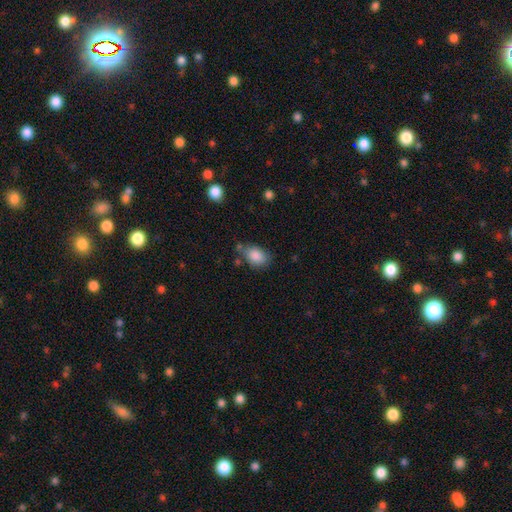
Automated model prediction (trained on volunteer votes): smooth_or_featured: smooth (p=0.87) [alt: star or artifact p=0.08]
how_rounded: in between (p=0.81) [alt: round p=0.18]
merging: none (p=0.60) [alt: minor disturbance p=0.25]